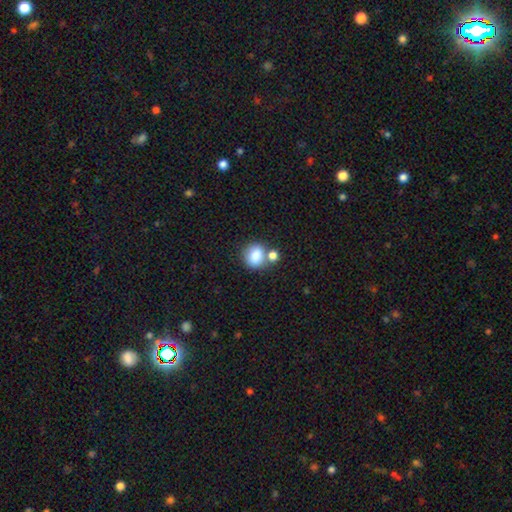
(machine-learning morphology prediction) type=smooth (83%); roundness=round (65%); merging=none (55%).